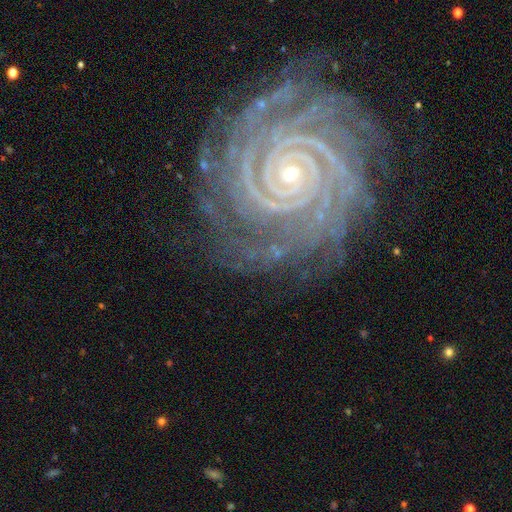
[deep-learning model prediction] This appears to be a featured or disk galaxy (93%) with no bar (70%), 2 (27%) tight (91%) spiral arms (99%) and a small central bulge (77%). Merging: none (78%).